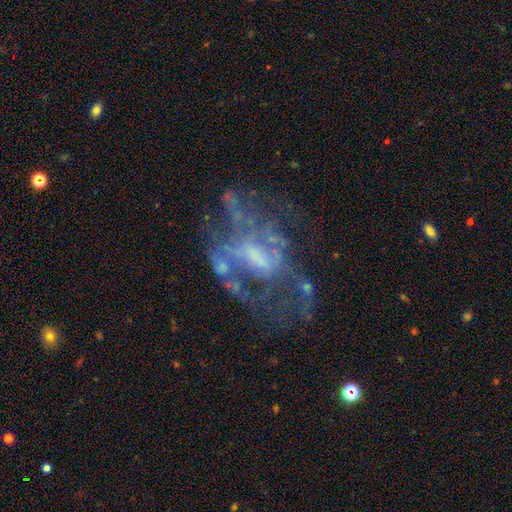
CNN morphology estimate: This appears to be a featured or disk galaxy (73%) with no bar (59%), no spiral arms (62%) and no central bulge (38%). Merging: major disturbance (39%).